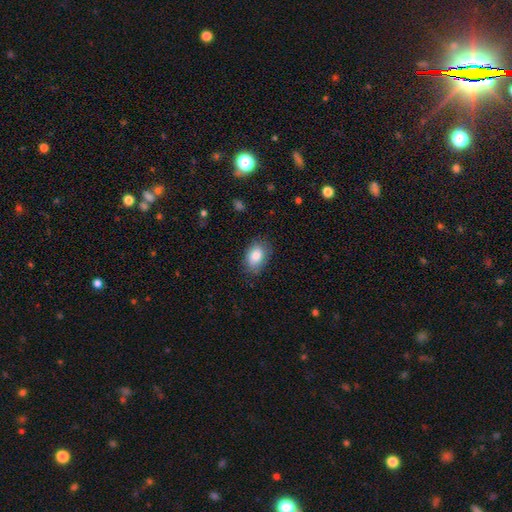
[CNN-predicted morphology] This appears to be a smooth galaxy with no disk features (85%) that is in between round and cigar-shaped (85%). Merging: none (80%).